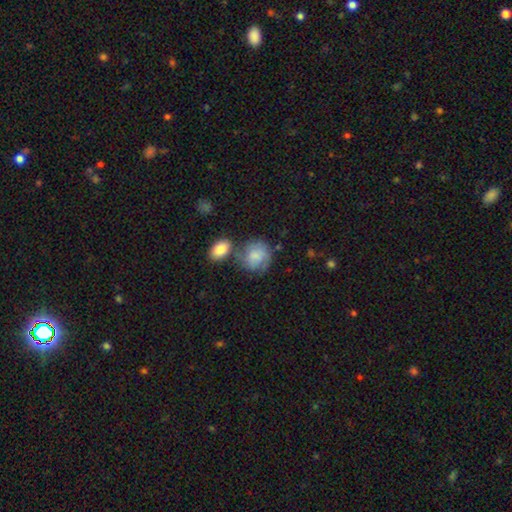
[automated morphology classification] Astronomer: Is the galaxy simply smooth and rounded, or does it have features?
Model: smooth — 69%.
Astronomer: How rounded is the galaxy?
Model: round — 74%.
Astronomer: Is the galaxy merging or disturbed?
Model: none — 51%.